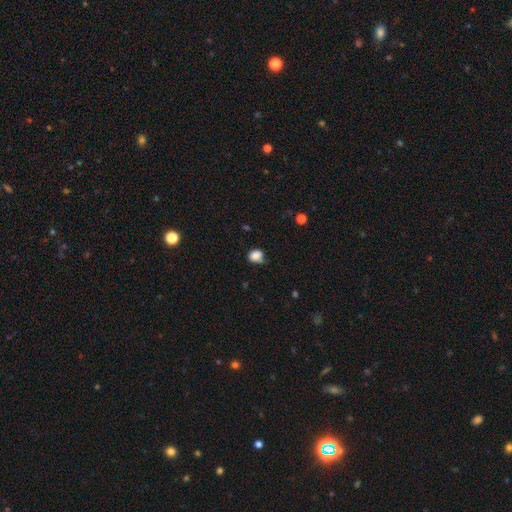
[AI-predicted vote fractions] smooth_or_featured: smooth (p=0.83) [alt: star or artifact p=0.11]
how_rounded: round (p=0.50) [alt: in between p=0.49]
merging: none (p=0.50) [alt: minor disturbance p=0.34]